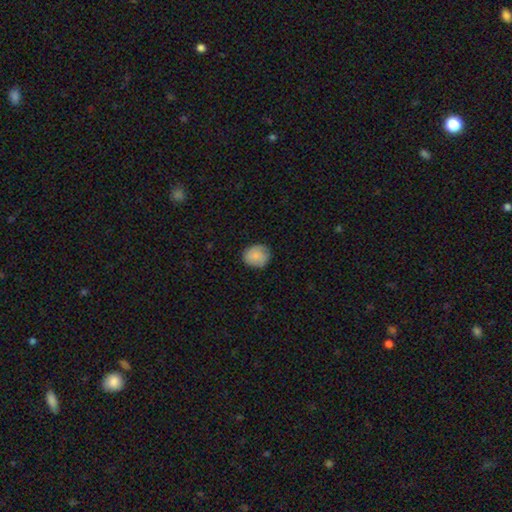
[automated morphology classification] type=smooth (85%); roundness=round (78%); merging=none (81%).